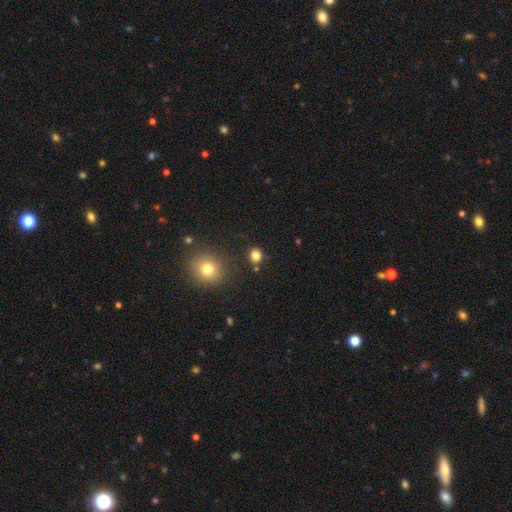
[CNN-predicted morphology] Smooth or featured? smooth (81%)
How rounded? round (80%)
Merging? none (84%)